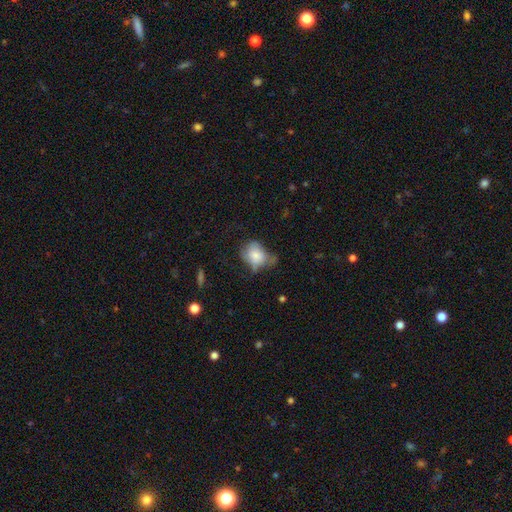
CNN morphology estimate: A smooth galaxy with no disk features (72%) that is in between round and cigar-shaped (57%).

Vote fractions:
- Smooth or featured? smooth: 72% / featured or disk: 19% / star or artifact: 9%
- How rounded? in between: 57% / round: 42% / cigar-shaped: 1%
- Merging? minor disturbance: 36% / none: 32% / major disturbance: 24% / merger: 8%